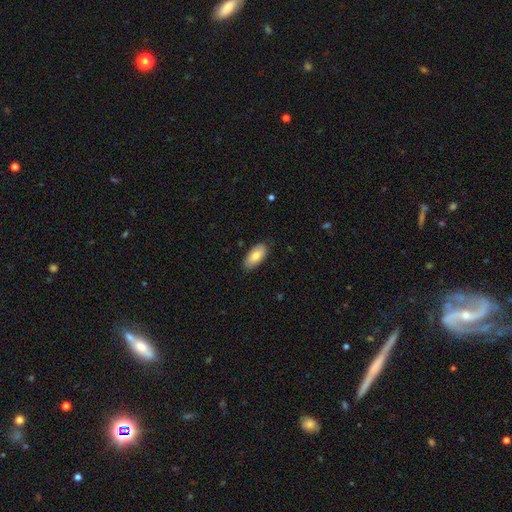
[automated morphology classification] smooth-or-featured: smooth: 76% | featured or disk: 18% | star or artifact: 6%
  how-rounded: in between: 93% | cigar-shaped: 5% | round: 3%
  merging: none: 85% | minor disturbance: 12% | major disturbance: 2% | merger: 1%